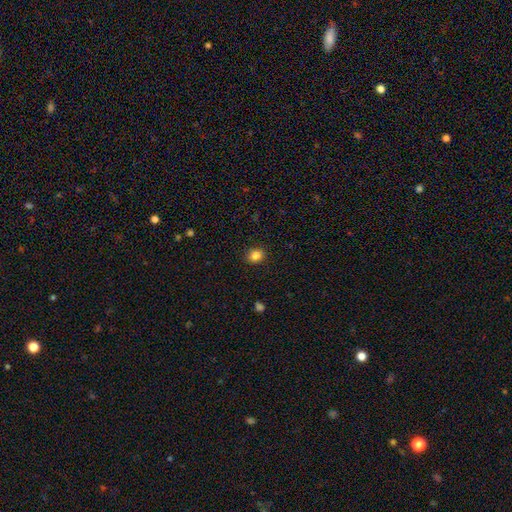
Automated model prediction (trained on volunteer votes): Overall: smooth (84%). How rounded: round (63%; in between 37%). Merging: none (89%).